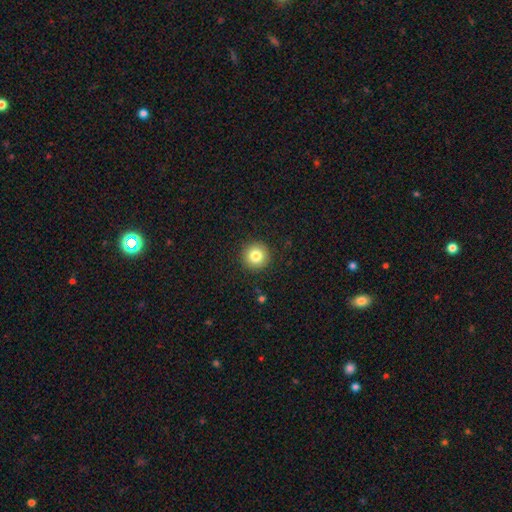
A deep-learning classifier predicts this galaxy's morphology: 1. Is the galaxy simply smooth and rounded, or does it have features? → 83% smooth, 10% star or artifact, 7% featured or disk.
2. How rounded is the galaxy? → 96% round, 3% in between, 1% cigar-shaped.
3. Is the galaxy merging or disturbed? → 92% none, 5% minor disturbance, 2% major disturbance, 1% merger.